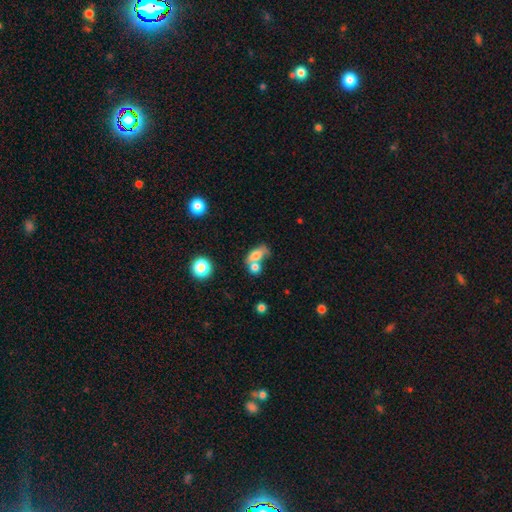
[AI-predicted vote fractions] Smooth or featured? Predicted: smooth (p=0.70). How rounded? Predicted: in between (p=0.74). Merging? Predicted: merger (p=0.49).